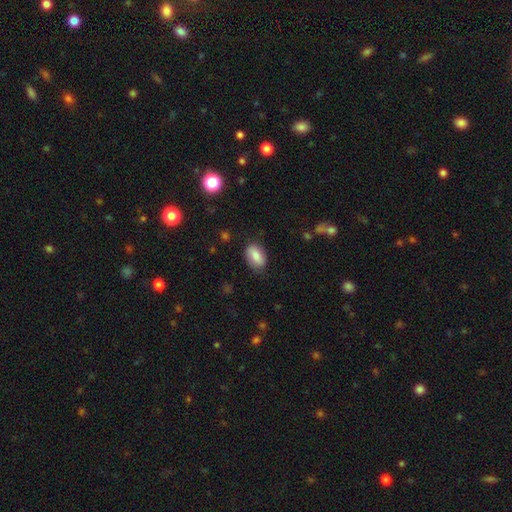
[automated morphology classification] smooth 78%, featured or disk 15%, star or artifact 7%. Down the decision tree: how rounded — in between (89%); merging — none (79%).